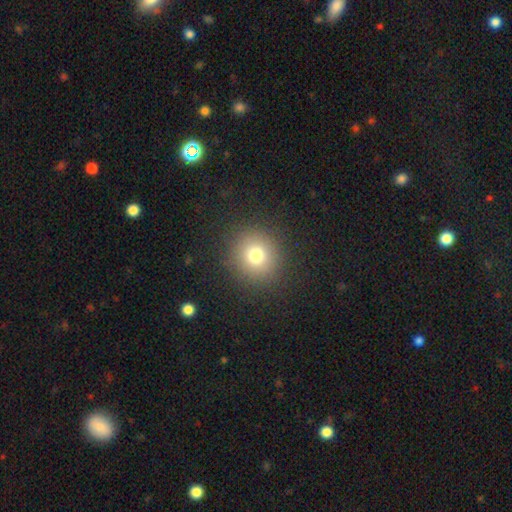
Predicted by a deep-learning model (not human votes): Morphology: type=smooth (75%); roundness=round (92%); merging=none (90%).